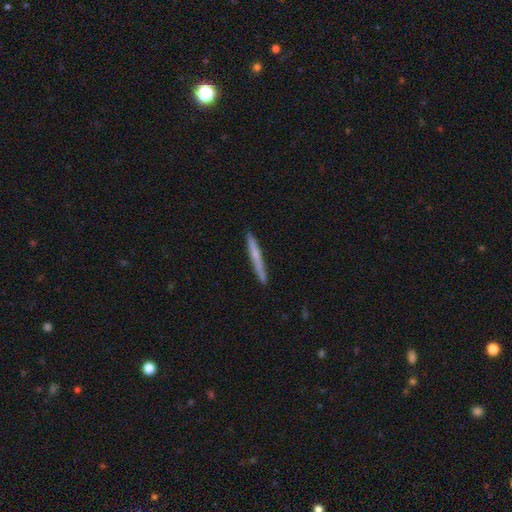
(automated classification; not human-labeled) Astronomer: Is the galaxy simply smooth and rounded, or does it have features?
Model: smooth — 52% (runner-up: featured or disk, 42%).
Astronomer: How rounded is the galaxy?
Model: cigar-shaped — 97%.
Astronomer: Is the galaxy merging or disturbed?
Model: none — 89%.